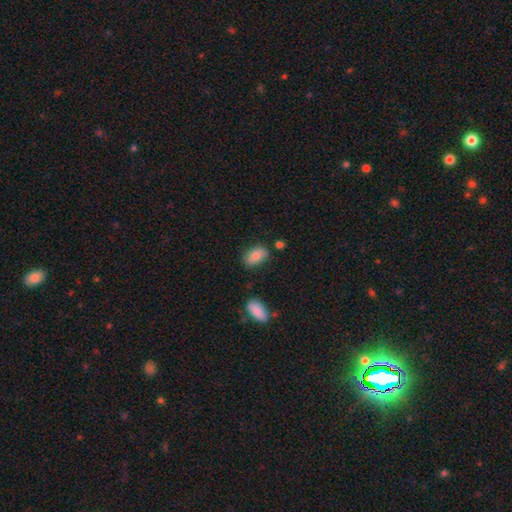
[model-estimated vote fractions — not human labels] smooth-or-featured: smooth: 81% | featured or disk: 11% | star or artifact: 8%
  how-rounded: in between: 91% | round: 6% | cigar-shaped: 3%
  merging: none: 72% | minor disturbance: 20% | major disturbance: 4% | merger: 4%